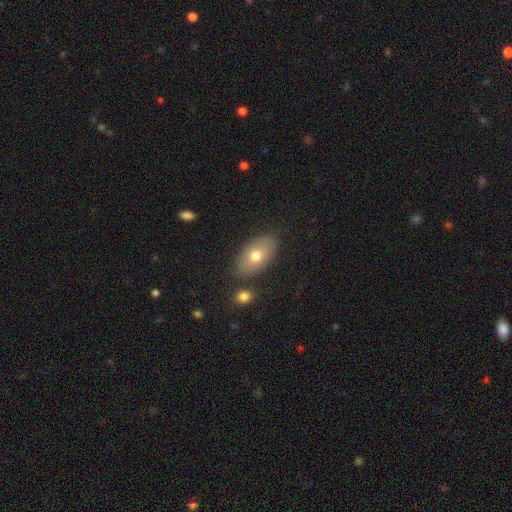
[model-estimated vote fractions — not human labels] Smooth or featured? smooth (70%)
How rounded? in between (92%)
Merging? none (80%)